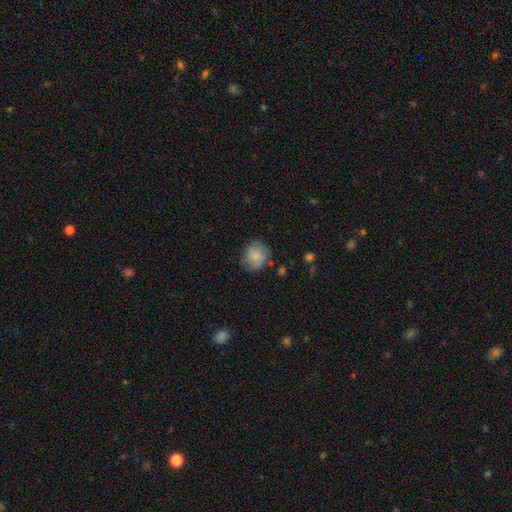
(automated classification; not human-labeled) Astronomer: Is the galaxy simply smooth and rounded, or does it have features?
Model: smooth — 79%.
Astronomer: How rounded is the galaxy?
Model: round — 77%.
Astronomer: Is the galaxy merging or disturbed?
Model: none — 75%.